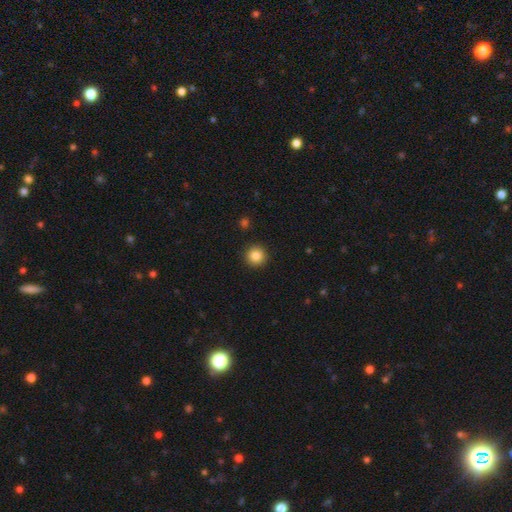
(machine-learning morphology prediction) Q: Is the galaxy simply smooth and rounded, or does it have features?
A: smooth — 86%.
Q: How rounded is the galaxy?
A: round — 95%.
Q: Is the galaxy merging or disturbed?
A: none — 92%.